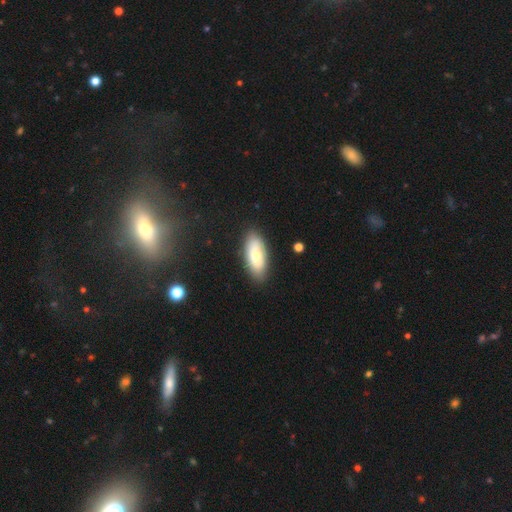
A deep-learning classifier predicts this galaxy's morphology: smooth-or-featured: smooth: 74% | featured or disk: 20% | star or artifact: 6%
  how-rounded: in between: 85% | cigar-shaped: 13% | round: 2%
  merging: none: 84% | minor disturbance: 11% | major disturbance: 3% | merger: 2%